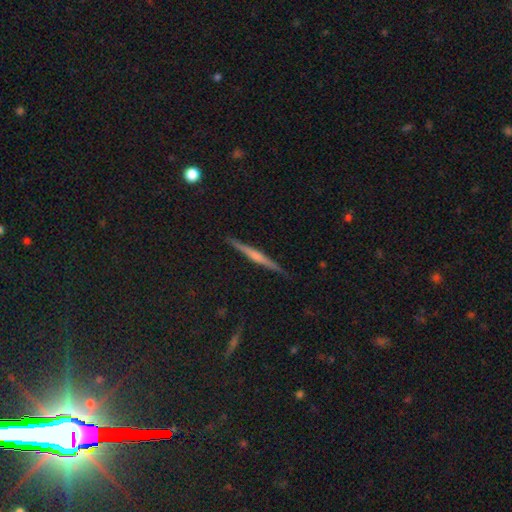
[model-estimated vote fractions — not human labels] A featured or disk galaxy (70%) viewed edge-on (97%) with a rounded central bulge (73%).

Vote fractions:
- Smooth or featured? featured or disk: 70% / smooth: 16% / star or artifact: 14%
- Edge-on disk? yes: 97% / no: 3%
- Edge-on bulge? rounded: 73% / none: 17% / boxy: 10%
- Merging? none: 91% / minor disturbance: 6% / major disturbance: 1% / merger: 1%